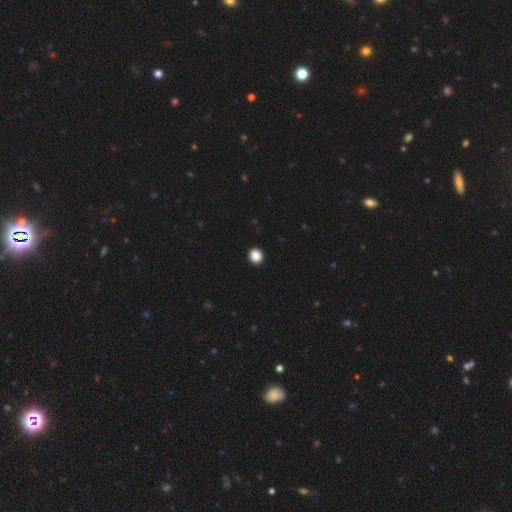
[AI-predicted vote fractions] A smooth galaxy with no disk features (88%) that is round (88%).

Vote fractions:
- Smooth or featured? smooth: 88% / star or artifact: 10% / featured or disk: 2%
- How rounded? round: 88% / in between: 11% / cigar-shaped: 1%
- Merging? none: 94% / minor disturbance: 4% / major disturbance: 1% / merger: 1%